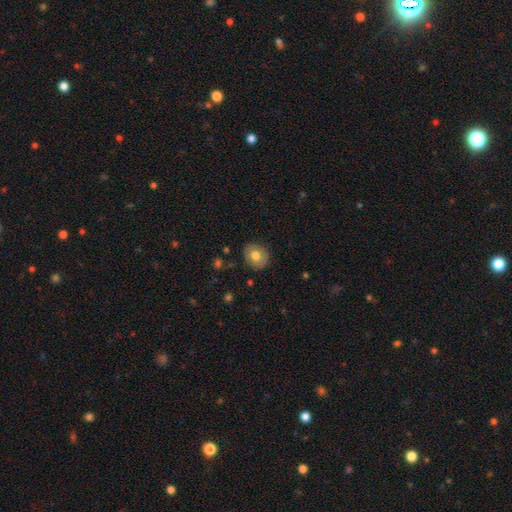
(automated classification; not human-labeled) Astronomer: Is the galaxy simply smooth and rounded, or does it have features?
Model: smooth — 74%.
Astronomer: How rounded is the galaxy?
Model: round — 63%.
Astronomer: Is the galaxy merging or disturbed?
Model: none — 86%.